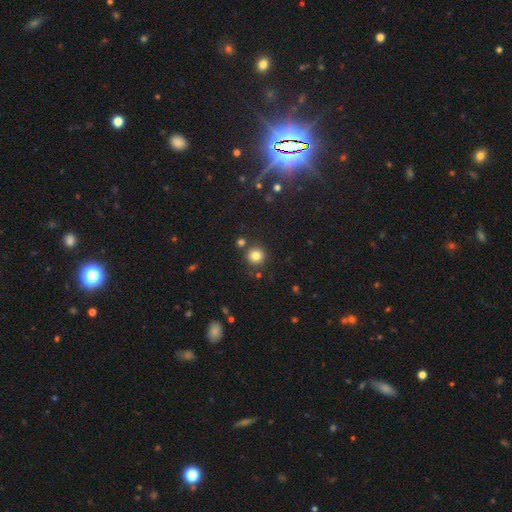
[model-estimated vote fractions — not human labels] This appears to be a smooth galaxy with no disk features (81%) that is round (93%). Merging: none (84%).